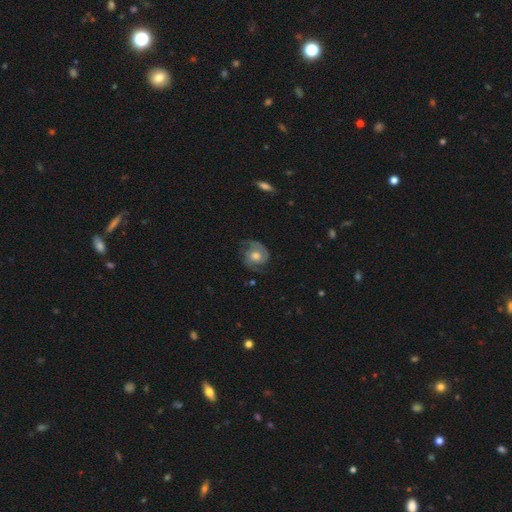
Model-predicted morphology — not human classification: Smooth or featured?
  - featured or disk: 81% *
  - smooth: 13%
  - star or artifact: 5%
Edge-on disk?
  - no: 98% *
  - yes: 2%
Bar?
  - no: 72% *
  - weak: 24%
  - strong: 4%
Spiral arms?
  - yes: 95% *
  - no: 5%
Spiral winding?
  - tight: 43% * (tied)
  - medium: 43% * (tied)
  - loose: 14%
Spiral arm count?
  - 2: 81% *
  - can't tell: 7%
  - 1: 5%
  - 3: 4%
  - 4: 2%
  - more than 4: 2%
Bulge size?
  - moderate: 63% *
  - large: 24%
  - small: 10%
  - none: 2%
  - dominant: 2%
Merging?
  - none: 70% *
  - minor disturbance: 19%
  - major disturbance: 10%
  - merger: 1%